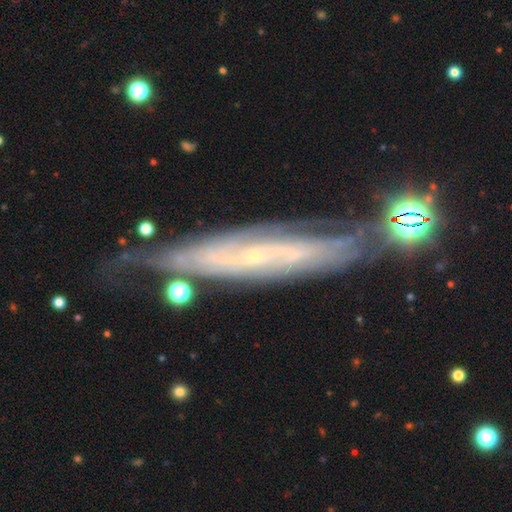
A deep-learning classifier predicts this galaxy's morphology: Smooth or featured? Predicted: featured or disk (p=0.80). Edge-on disk? Predicted: no (p=0.58). Merging? Predicted: none (p=0.64).